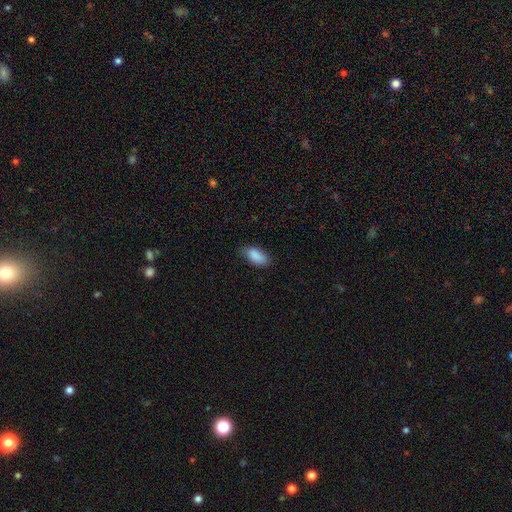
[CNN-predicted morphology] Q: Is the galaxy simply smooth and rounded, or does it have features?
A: smooth — 89%.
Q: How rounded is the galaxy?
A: in between — 92%.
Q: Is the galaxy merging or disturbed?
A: none — 78%.